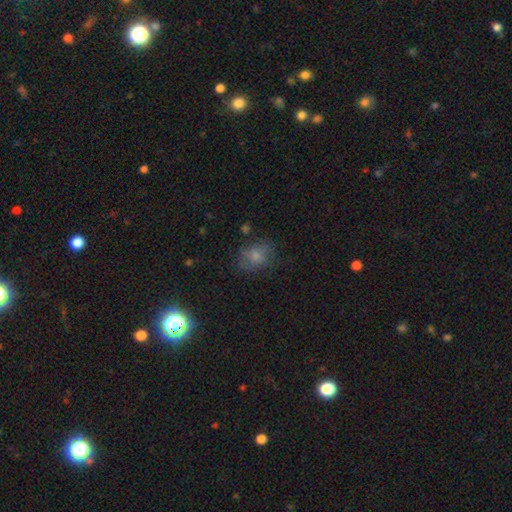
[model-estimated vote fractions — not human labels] This is likely a smooth galaxy (69%). How rounded: likely in between (62%). Merging: likely none (61%).